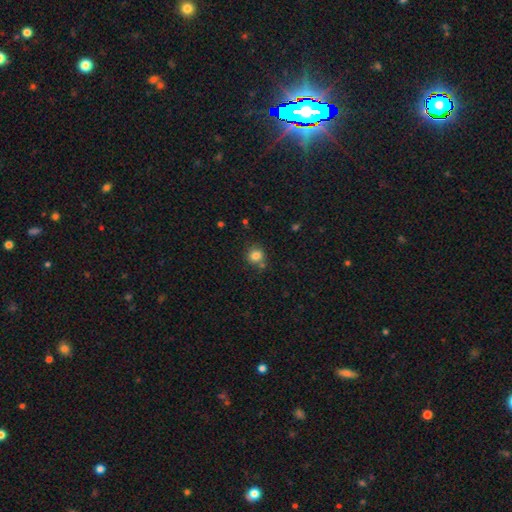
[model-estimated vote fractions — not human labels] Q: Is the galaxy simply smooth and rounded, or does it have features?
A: smooth — 82%.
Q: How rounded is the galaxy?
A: round — 82%.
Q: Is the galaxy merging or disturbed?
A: none — 71%.